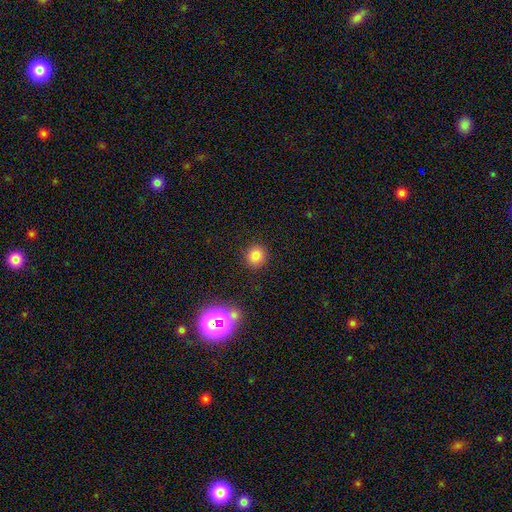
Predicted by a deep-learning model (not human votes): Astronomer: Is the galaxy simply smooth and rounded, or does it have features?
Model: smooth — 80%.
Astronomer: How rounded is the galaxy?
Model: round — 90%.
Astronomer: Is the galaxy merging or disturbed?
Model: none — 90%.